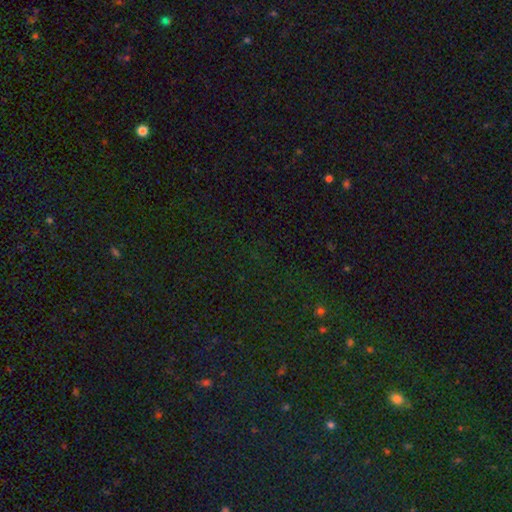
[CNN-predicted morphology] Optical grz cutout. It shows a star or artifact, not a galaxy (77%).